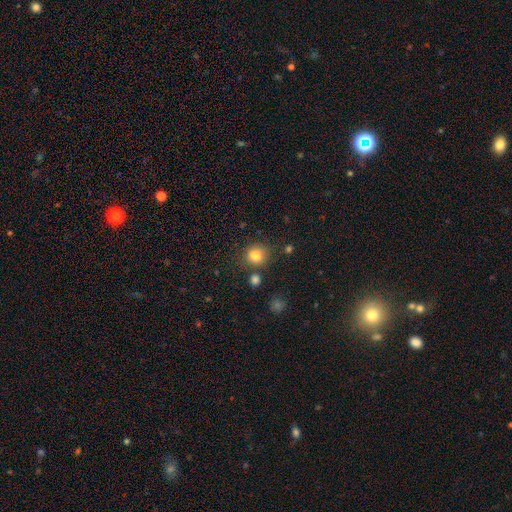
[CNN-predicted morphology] This appears to be a smooth galaxy with no disk features (80%) that is round (82%). Merging: none (77%).